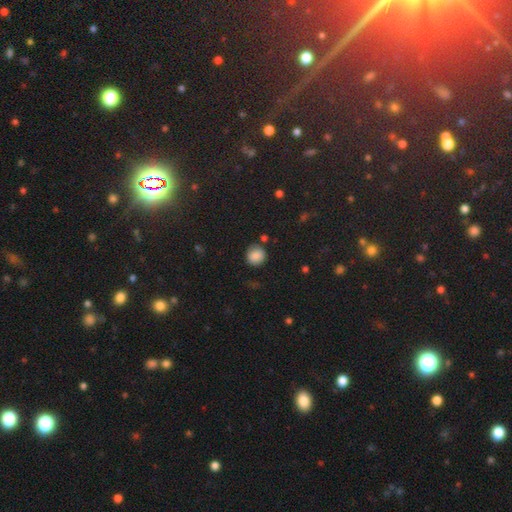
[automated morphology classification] smooth_or_featured: smooth (p=0.85) [alt: star or artifact p=0.10]
how_rounded: round (p=0.87) [alt: in between p=0.12]
merging: none (p=0.80) [alt: minor disturbance p=0.13]